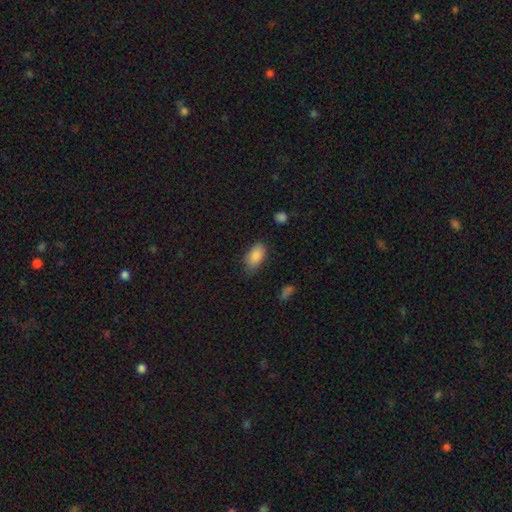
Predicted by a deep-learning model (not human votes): This is clearly a smooth galaxy (87%). How rounded: clearly in between (93%). Merging: likely none (74%).